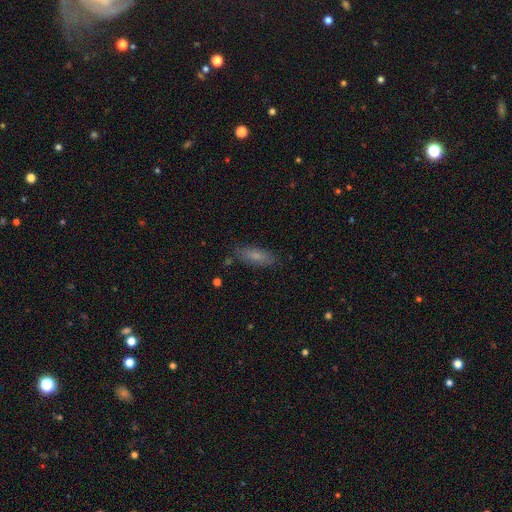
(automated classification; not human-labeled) smooth-or-featured: smooth: 73% | featured or disk: 18% | star or artifact: 9%
  how-rounded: in between: 59% | cigar-shaped: 39% | round: 2%
  merging: none: 82% | minor disturbance: 13% | major disturbance: 3% | merger: 2%